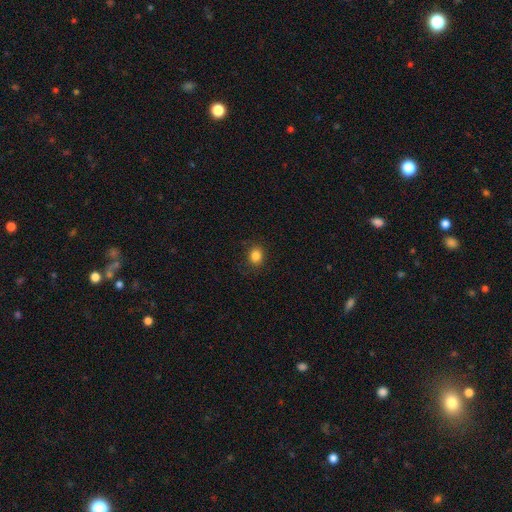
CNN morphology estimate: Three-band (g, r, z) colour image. It shows a smooth galaxy with no disk features (84%) that is round (72%). Merging: none (86%).